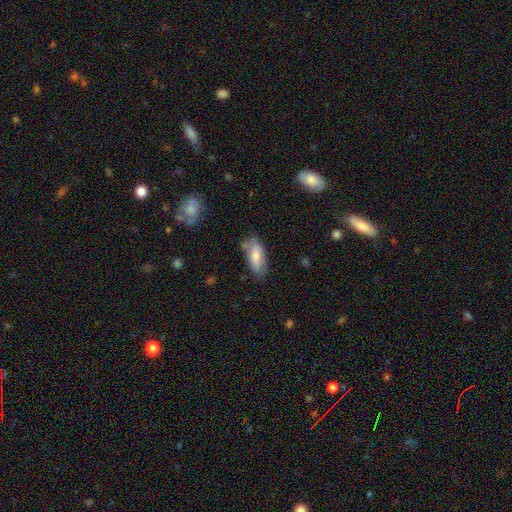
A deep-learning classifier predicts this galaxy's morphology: Overall: smooth (73%). How rounded: in between (83%). Merging: none (65%).